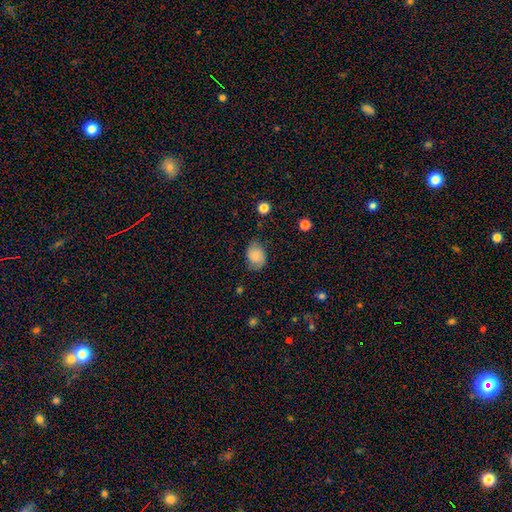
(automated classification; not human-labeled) A smooth galaxy with no disk features (77%) that is in between round and cigar-shaped (67%). Merging: none (69%).